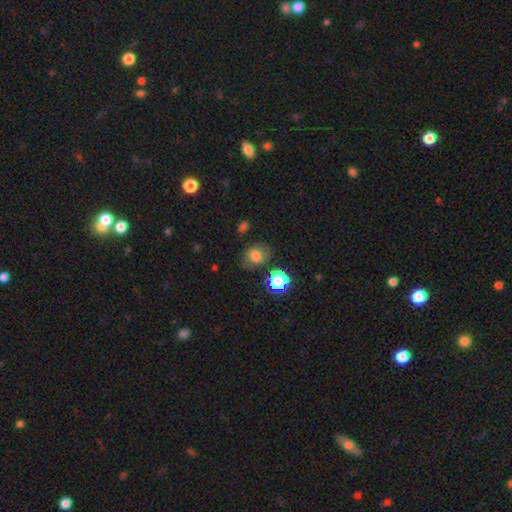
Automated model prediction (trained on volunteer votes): Morphology: type=smooth (65%); roundness=in between (54%); merging=none (68%).